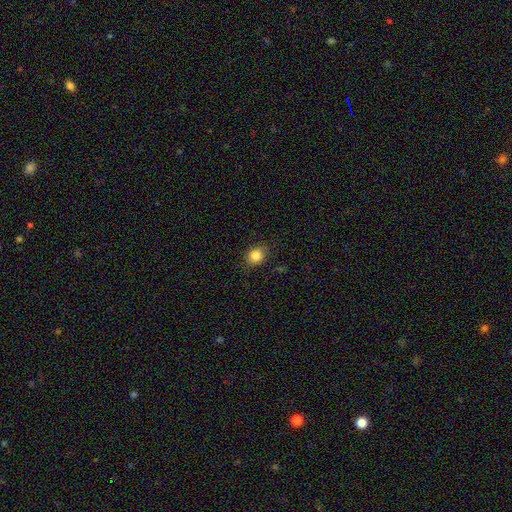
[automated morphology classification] Smooth or featured?
  - smooth: 84% *
  - star or artifact: 11%
  - featured or disk: 5%
How rounded?
  - round: 72% *
  - in between: 27%
  - cigar-shaped: 1%
Merging?
  - none: 84% *
  - minor disturbance: 12%
  - major disturbance: 3%
  - merger: 1%